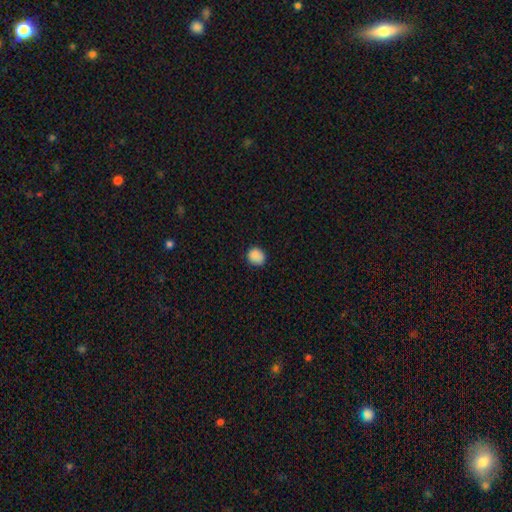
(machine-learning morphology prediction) type=smooth (88%); roundness=round (72%); merging=none (84%).